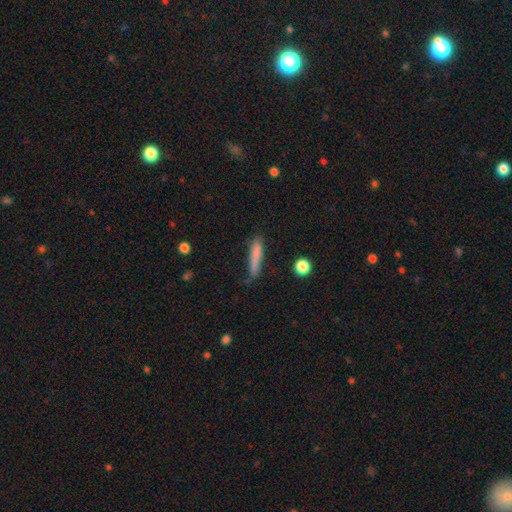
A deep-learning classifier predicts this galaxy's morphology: The model was most divided on "merging": none: 65%, minor disturbance: 26%, major disturbance: 6%, merger: 3%. More confident: how rounded — cigar-shaped (87%); smooth or featured — smooth (80%).